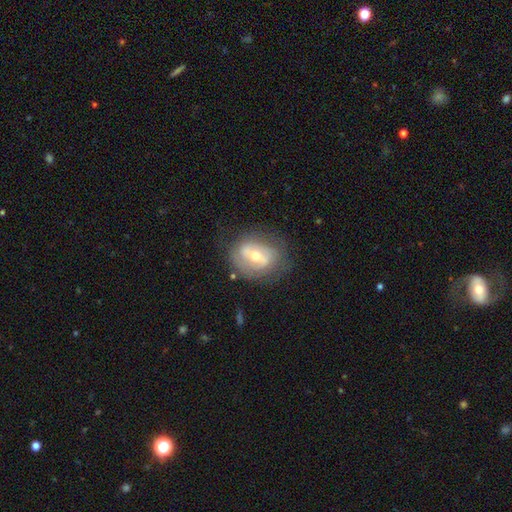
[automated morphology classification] Smooth or featured? featured or disk (67%)
Edge-on disk? no (95%)
Bar? weak (40%)
Spiral arms? yes (62%)
Bulge size? moderate (63%)
Merging? none (66%)